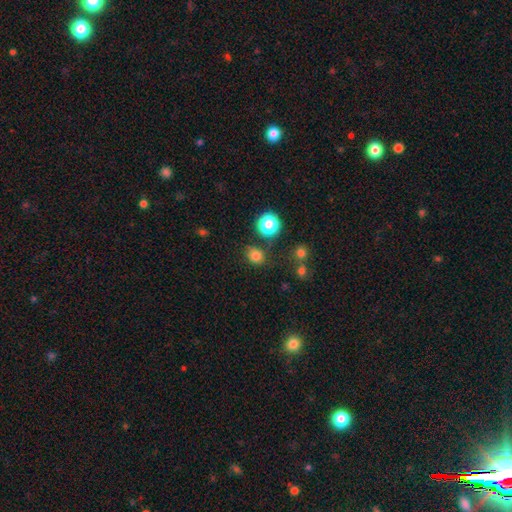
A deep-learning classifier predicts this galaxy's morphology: A smooth galaxy with no disk features (77%) that is round (67%).

Vote fractions:
- Smooth or featured? smooth: 77% / star or artifact: 18% / featured or disk: 6%
- How rounded? round: 67% / in between: 32% / cigar-shaped: 1%
- Merging? none: 75% / minor disturbance: 14% / merger: 6% / major disturbance: 5%